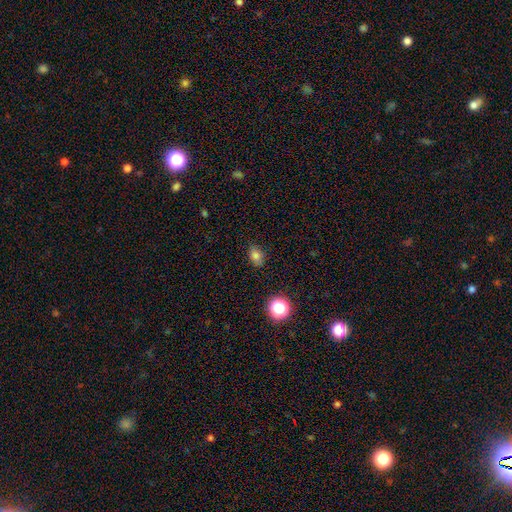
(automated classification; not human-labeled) A smooth galaxy with no disk features (78%) that is in between round and cigar-shaped (72%).

Vote fractions:
- Smooth or featured? smooth: 78% / star or artifact: 14% / featured or disk: 8%
- How rounded? in between: 72% / round: 27% / cigar-shaped: 2%
- Merging? none: 79% / minor disturbance: 16% / major disturbance: 3% / merger: 1%